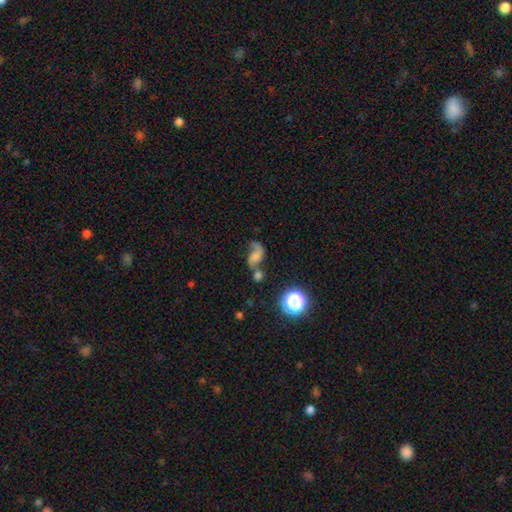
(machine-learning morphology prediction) Smooth or featured? Predicted: featured or disk (p=0.62). Edge-on disk? Predicted: no (p=0.97). Bar? Predicted: no (p=0.62). Spiral arms? Predicted: yes (p=0.89). Spiral winding? Predicted: loose (p=0.74). Spiral arm count? Predicted: 2 (p=0.78). Bulge size? Predicted: none (p=0.34). Merging? Predicted: none (p=0.36).